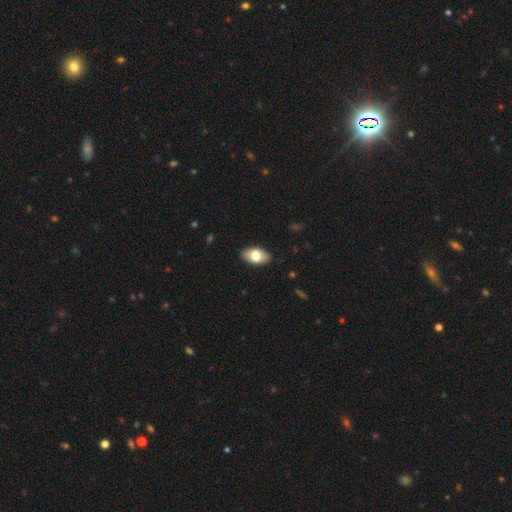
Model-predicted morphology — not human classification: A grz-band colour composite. It shows a smooth galaxy with no disk features (75%) that is in between round and cigar-shaped (94%). Merging: none (87%).